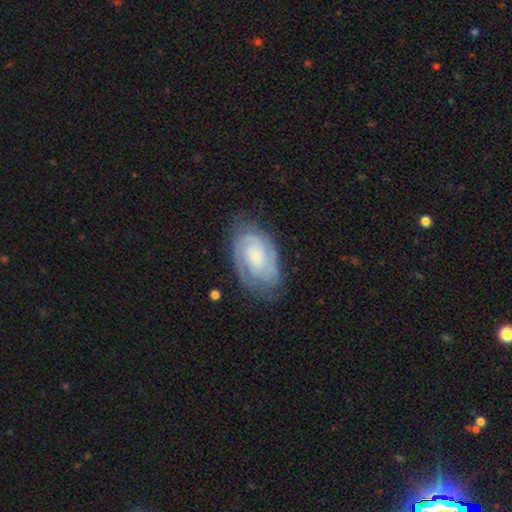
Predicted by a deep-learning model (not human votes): Smooth or featured: featured or disk — 80% (smooth — 14%)
Edge-on disk: no — 97% (yes — 3%)
Bar: no — 63% (weak — 31%)
Spiral arms: yes — 96% (no — 4%)
Spiral winding: tight — 65% (medium — 29%)
Spiral arm count: 2 — 60% (can't tell — 18%)
Bulge size: small — 43% (moderate — 27%)
Merging: none — 74% (minor disturbance — 19%)